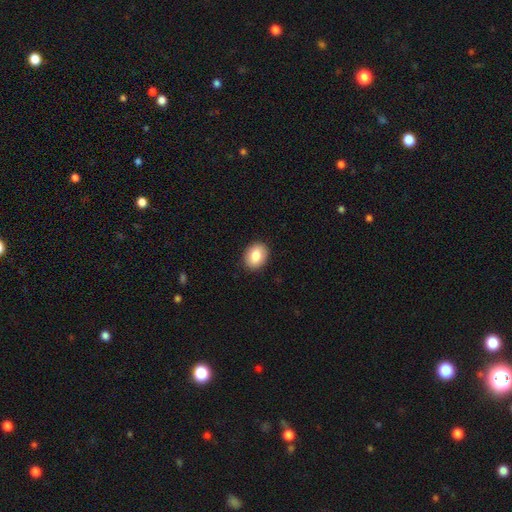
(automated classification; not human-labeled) smooth 84%, featured or disk 9%, star or artifact 7%. Down the decision tree: how rounded — in between (64%); merging — none (91%).